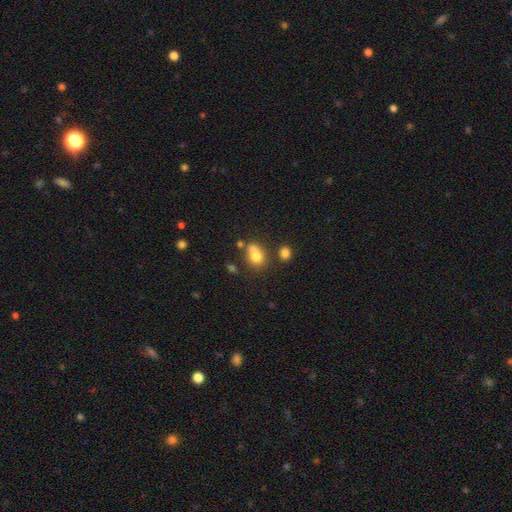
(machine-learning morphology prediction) type=smooth (75%); roundness=in between (55%); merging=none (38%).